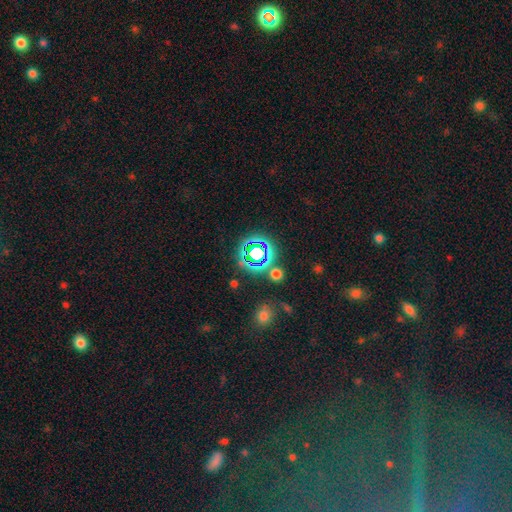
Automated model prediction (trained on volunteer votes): smooth_or_featured: star or artifact (p=0.62) [alt: smooth p=0.27]